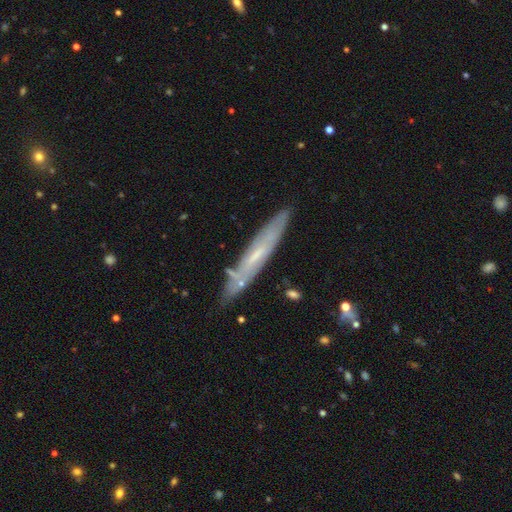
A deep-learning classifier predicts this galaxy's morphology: Smooth or featured?
  - featured or disk: 60% *
  - smooth: 33%
  - star or artifact: 7%
Edge-on disk?
  - yes: 69% *
  - no: 31%
Merging?
  - none: 81% *
  - minor disturbance: 13%
  - merger: 3%
  - major disturbance: 3%